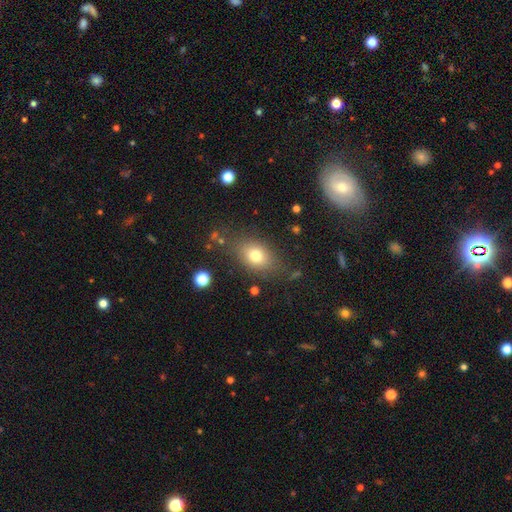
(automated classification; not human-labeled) This is likely a smooth galaxy (75%). How rounded: likely in between (71%). Merging: likely none (77%).